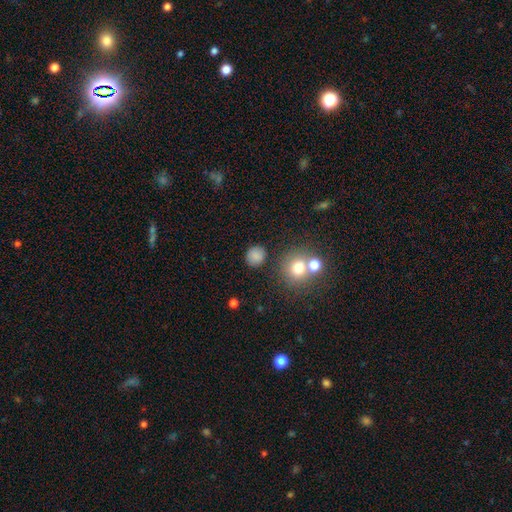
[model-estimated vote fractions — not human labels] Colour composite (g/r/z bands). It shows a smooth galaxy with no disk features (82%) that is round (84%). Merging: none (83%).